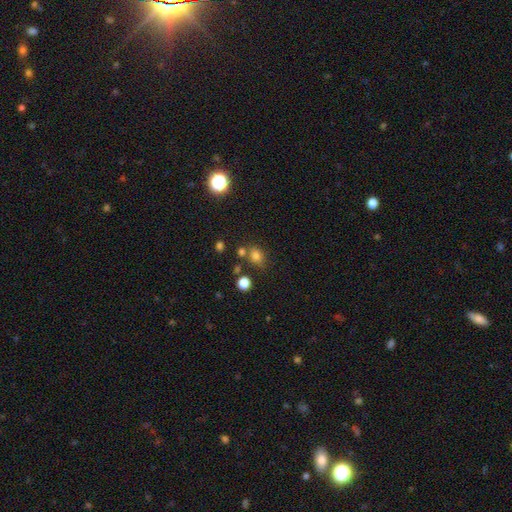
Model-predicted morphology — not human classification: A smooth galaxy with no disk features (76%) that is in between round and cigar-shaped (52%).

Vote fractions:
- Smooth or featured? smooth: 76% / star or artifact: 17% / featured or disk: 7%
- How rounded? in between: 52% / round: 47% / cigar-shaped: 1%
- Merging? none: 63% / minor disturbance: 16% / merger: 15% / major disturbance: 6%